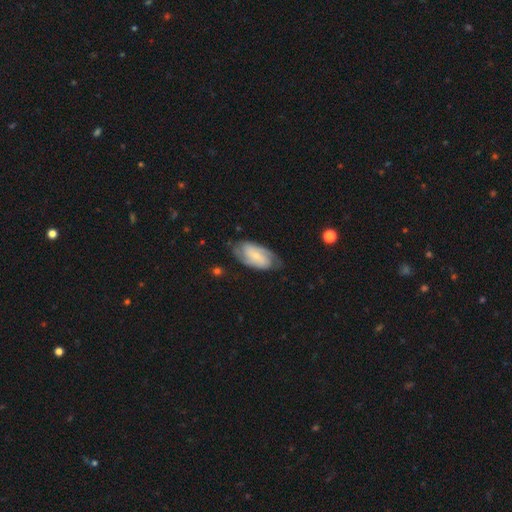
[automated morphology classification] This appears to be a featured or disk galaxy (72%) with no bar (47%), 2 (72%) tight (43%) spiral arms (92%) and a small central bulge (72%). Merging: none (72%).